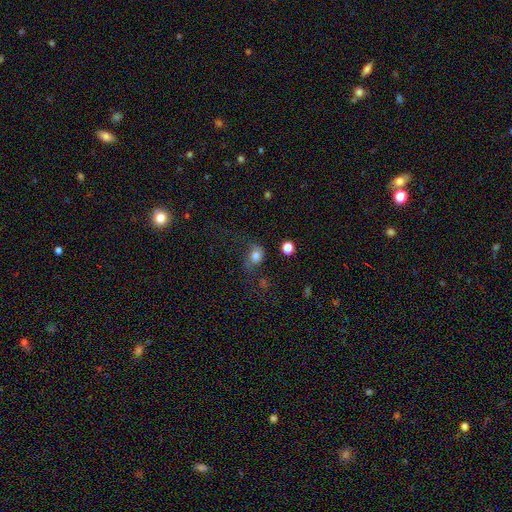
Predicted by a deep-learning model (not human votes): This appears to be a smooth galaxy with no disk features (74%) that is round (57%). Merging: none (44%).